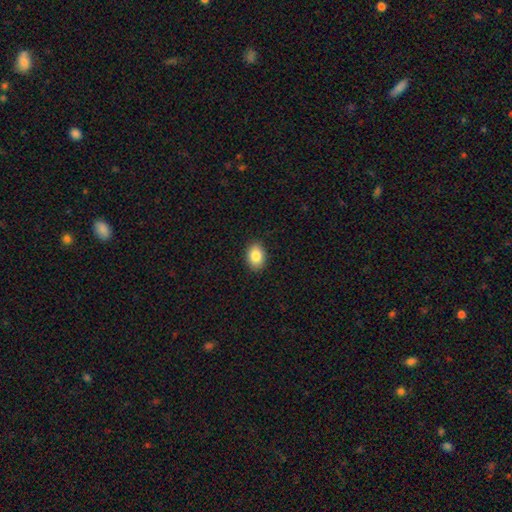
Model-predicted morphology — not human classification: smooth_or_featured: smooth (p=0.86) [alt: star or artifact p=0.08]
how_rounded: in between (p=0.76) [alt: round p=0.23]
merging: none (p=0.90) [alt: minor disturbance p=0.07]